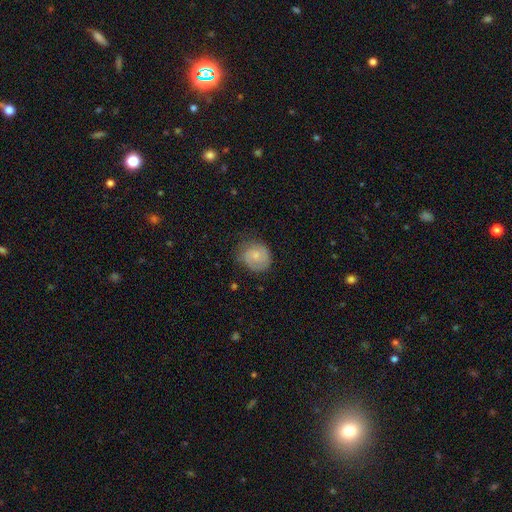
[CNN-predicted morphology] type=smooth (52%); roundness=round (75%); merging=none (68%).